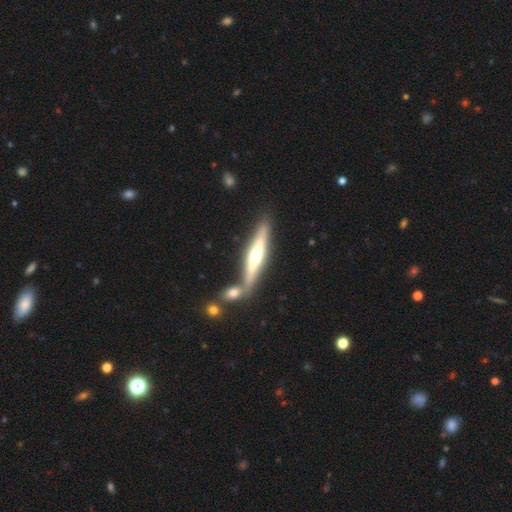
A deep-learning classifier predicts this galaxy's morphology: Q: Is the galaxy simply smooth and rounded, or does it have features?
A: featured or disk — 63%.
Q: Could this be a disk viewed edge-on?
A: yes — 91%.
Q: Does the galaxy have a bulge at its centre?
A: rounded — 86%.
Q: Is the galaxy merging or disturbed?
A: none — 62%.